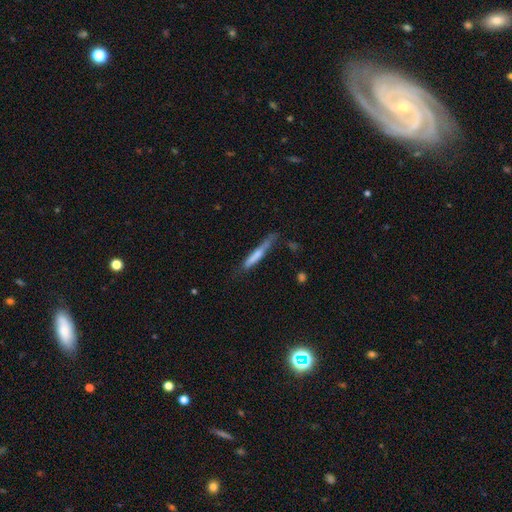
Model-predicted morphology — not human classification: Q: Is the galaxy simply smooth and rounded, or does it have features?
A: smooth — 65%.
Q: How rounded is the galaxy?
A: cigar-shaped — 93%.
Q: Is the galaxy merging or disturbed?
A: none — 60%.